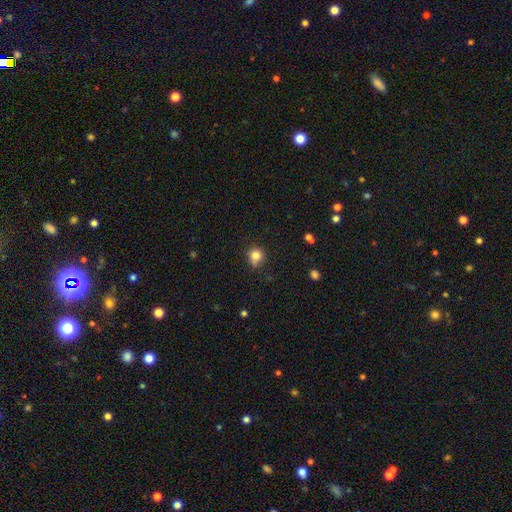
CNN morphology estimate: Smooth or featured? smooth (81%)
How rounded? round (86%)
Merging? none (65%)